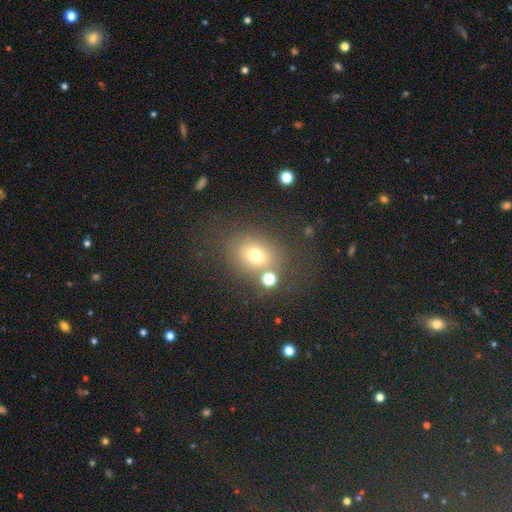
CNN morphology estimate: A smooth galaxy with no disk features (68%) that is round (56%).

Vote fractions:
- Smooth or featured? smooth: 68% / star or artifact: 19% / featured or disk: 13%
- How rounded? round: 56% / in between: 43% / cigar-shaped: 1%
- Merging? none: 69% / minor disturbance: 12% / merger: 12% / major disturbance: 7%